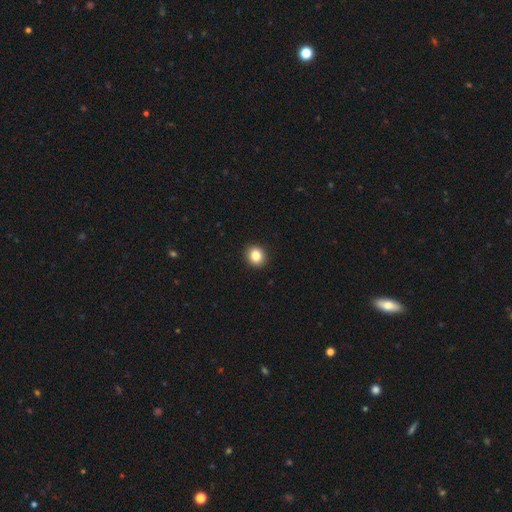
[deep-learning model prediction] The model was most divided on "how rounded": round: 76%, in between: 23%, cigar-shaped: 1%. More confident: merging — none (92%); smooth or featured — smooth (85%).